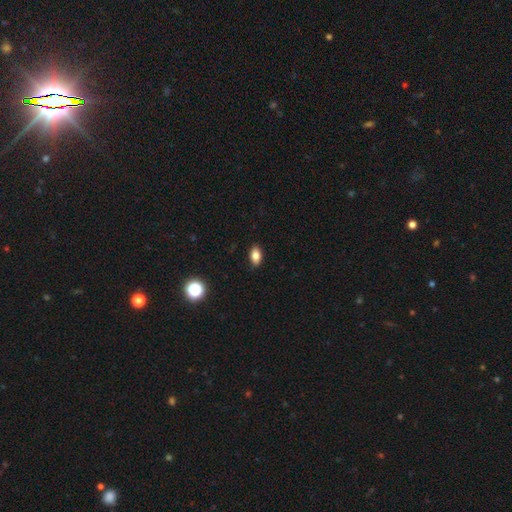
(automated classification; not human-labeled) Smooth or featured: smooth — 81% (star or artifact — 10%)
How rounded: in between — 88% (round — 9%)
Merging: none — 88% (minor disturbance — 9%)